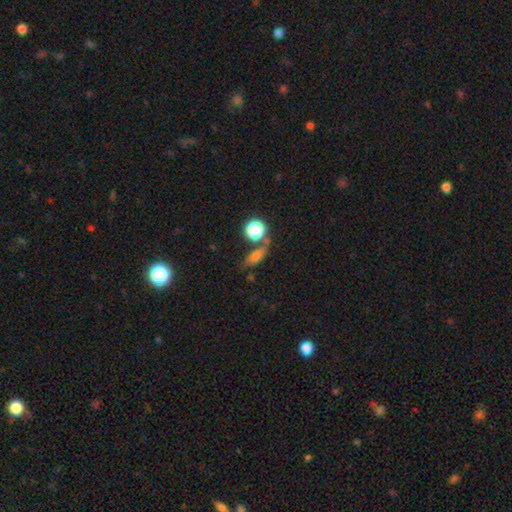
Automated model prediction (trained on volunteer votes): Smooth or featured?
  - smooth: 66% *
  - star or artifact: 18%
  - featured or disk: 17%
How rounded?
  - in between: 52% *
  - cigar-shaped: 26%
  - round: 22%
Merging?
  - none: 62% *
  - minor disturbance: 16%
  - merger: 14%
  - major disturbance: 7%